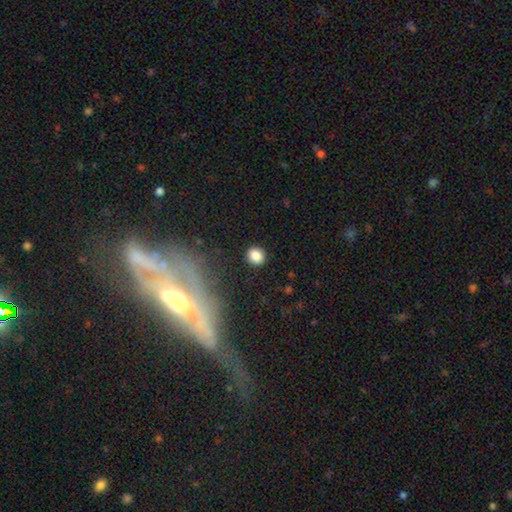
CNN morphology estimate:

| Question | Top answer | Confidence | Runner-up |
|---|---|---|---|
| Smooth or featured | smooth | 86% | star or artifact (10%) |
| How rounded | round | 76% | in between (23%) |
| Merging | none | 89% | minor disturbance (7%) |